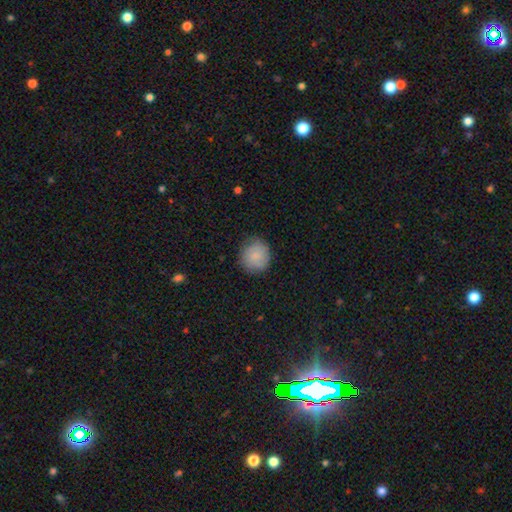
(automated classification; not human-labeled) Smooth or featured?
  - smooth: 84% *
  - featured or disk: 9%
  - star or artifact: 7%
How rounded?
  - round: 89% *
  - in between: 10%
  - cigar-shaped: 1%
Merging?
  - none: 82% *
  - minor disturbance: 13%
  - major disturbance: 3%
  - merger: 1%